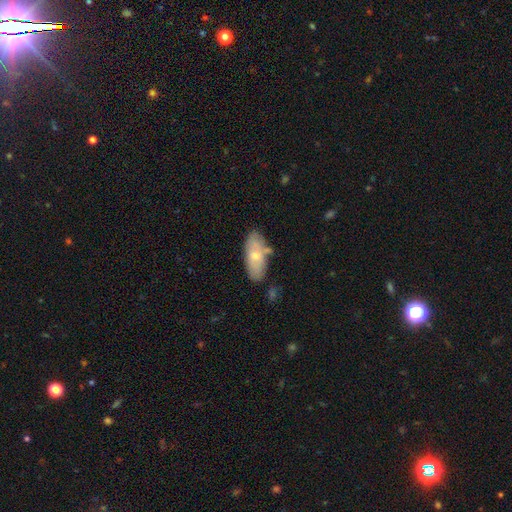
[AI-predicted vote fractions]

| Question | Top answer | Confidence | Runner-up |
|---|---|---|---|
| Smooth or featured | smooth | 65% | featured or disk (30%) |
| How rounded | in between | 87% | cigar-shaped (10%) |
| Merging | none | 63% | minor disturbance (22%) |